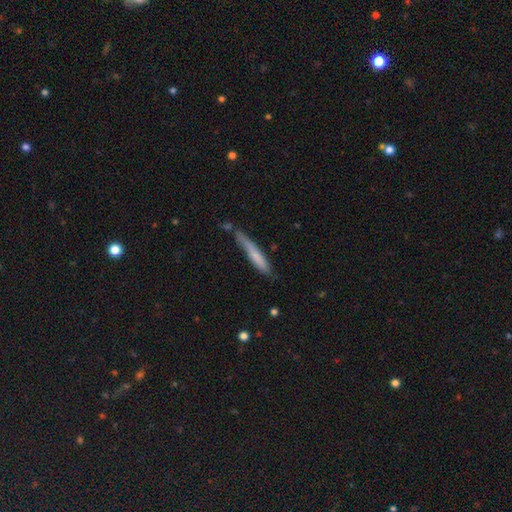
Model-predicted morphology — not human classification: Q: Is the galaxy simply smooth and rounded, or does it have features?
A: smooth — 68%.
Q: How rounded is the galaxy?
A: cigar-shaped — 93%.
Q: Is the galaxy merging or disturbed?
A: none — 57%.